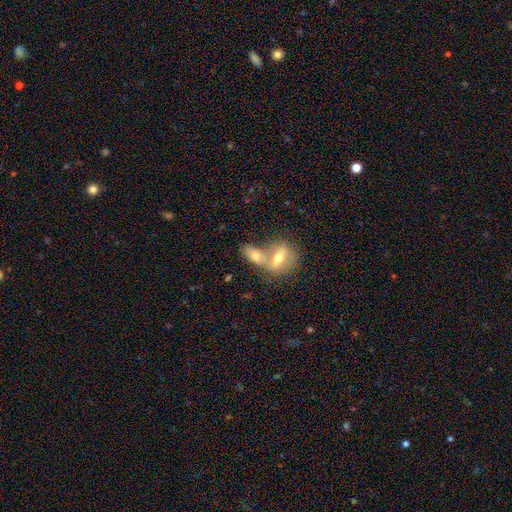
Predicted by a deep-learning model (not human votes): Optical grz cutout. It shows a smooth galaxy with no disk features (61%) that is in between round and cigar-shaped (73%). Merging: merger (65%).